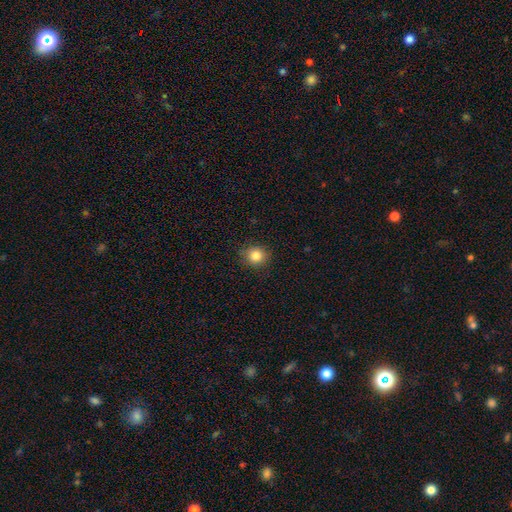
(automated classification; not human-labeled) Overall: smooth (85%). How rounded: round (87%). Merging: none (87%).